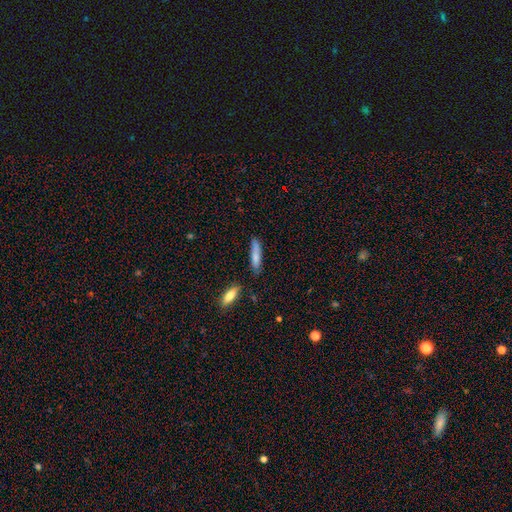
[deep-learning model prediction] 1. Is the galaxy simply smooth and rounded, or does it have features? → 80% smooth, 14% featured or disk, 6% star or artifact.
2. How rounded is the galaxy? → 79% cigar-shaped, 19% in between, 2% round.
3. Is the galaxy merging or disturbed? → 75% none, 18% minor disturbance, 4% merger, 3% major disturbance.